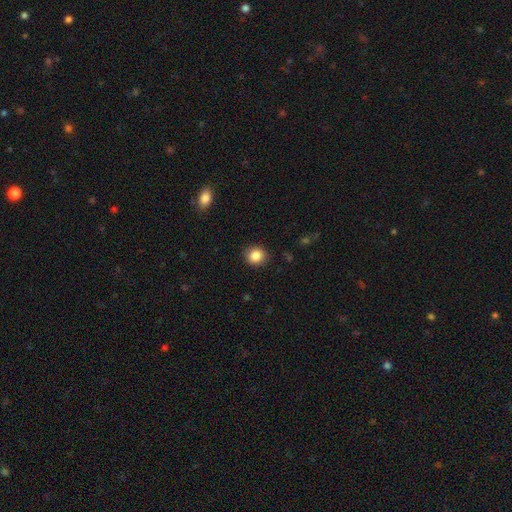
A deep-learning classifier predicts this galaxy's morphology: This appears to be a smooth galaxy with no disk features (86%) that is round (83%). Merging: none (89%).